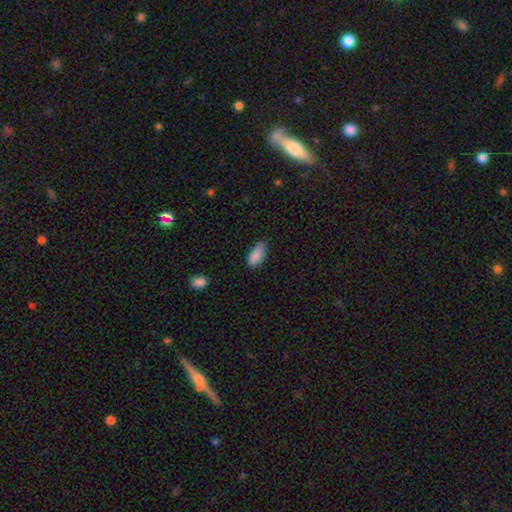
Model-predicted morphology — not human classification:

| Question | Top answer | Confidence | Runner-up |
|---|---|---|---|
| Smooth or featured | smooth | 87% | star or artifact (8%) |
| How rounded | in between | 89% | cigar-shaped (8%) |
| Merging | none | 56% | minor disturbance (36%) |